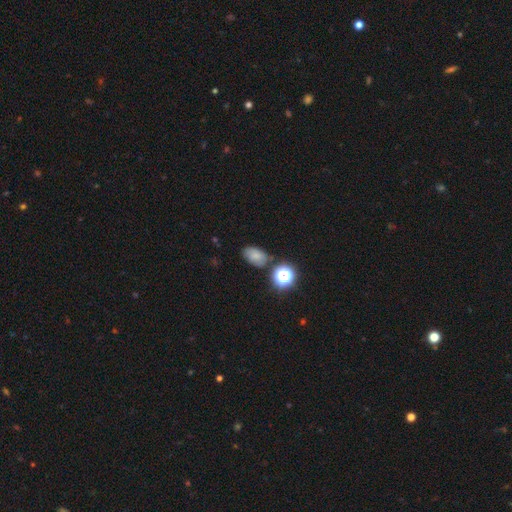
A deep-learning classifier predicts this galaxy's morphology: Q: Smooth or featured?
A: smooth (69%); runner-up: star or artifact (18%)
Q: How rounded?
A: in between (82%); runner-up: round (17%)
Q: Merging?
A: none (70%); runner-up: minor disturbance (19%)